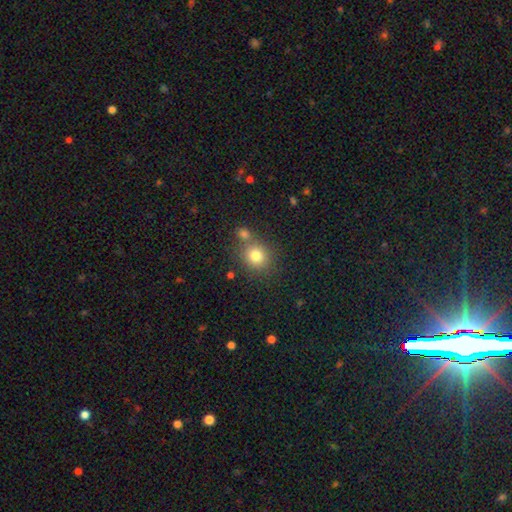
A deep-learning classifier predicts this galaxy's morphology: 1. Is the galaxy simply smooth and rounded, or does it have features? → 78% smooth, 13% star or artifact, 9% featured or disk.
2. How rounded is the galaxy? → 83% round, 16% in between, 1% cigar-shaped.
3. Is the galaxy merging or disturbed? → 66% none, 21% merger, 10% minor disturbance, 4% major disturbance.